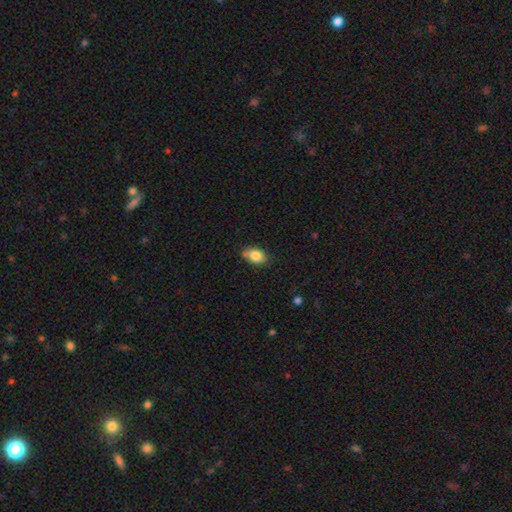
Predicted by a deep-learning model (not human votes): Smooth or featured? smooth (84%)
How rounded? in between (83%)
Merging? none (71%)